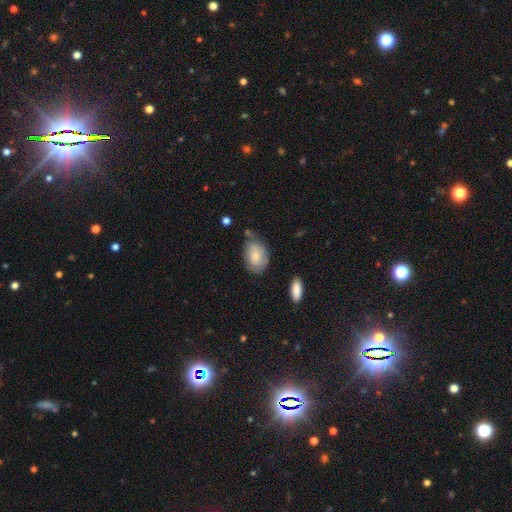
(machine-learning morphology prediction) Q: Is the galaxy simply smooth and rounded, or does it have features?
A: smooth — 76%.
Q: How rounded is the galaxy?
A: in between — 85%.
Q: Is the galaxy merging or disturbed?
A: none — 60%.